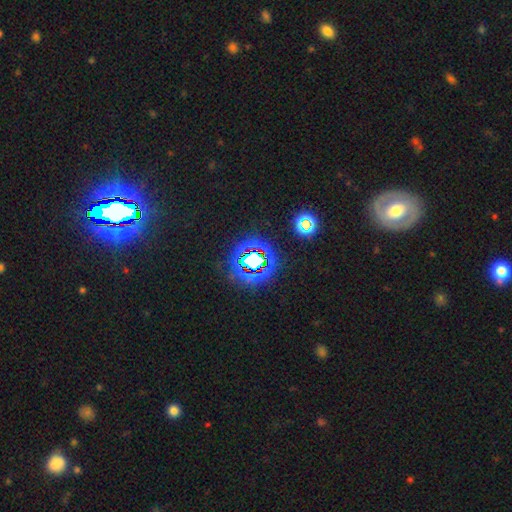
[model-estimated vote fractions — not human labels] star or artifact 69%, smooth 19%, featured or disk 12%.